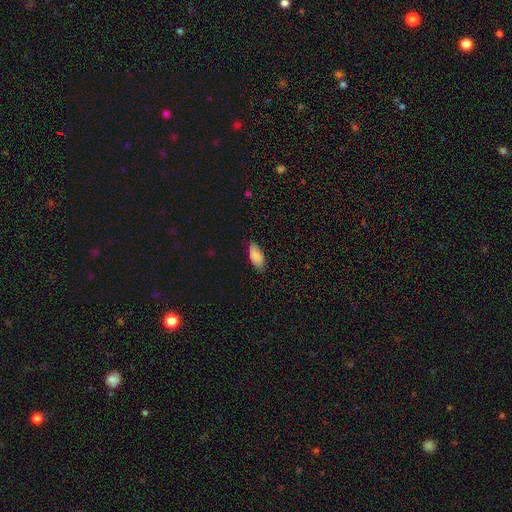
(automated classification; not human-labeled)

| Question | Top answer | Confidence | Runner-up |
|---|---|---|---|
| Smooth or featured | smooth | 84% | featured or disk (10%) |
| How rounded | in between | 90% | cigar-shaped (8%) |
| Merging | none | 82% | minor disturbance (15%) |